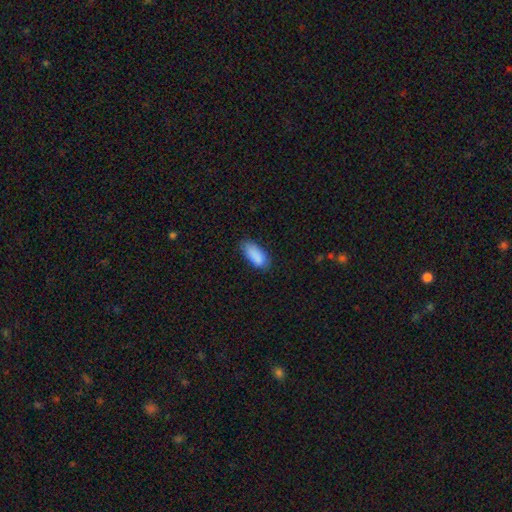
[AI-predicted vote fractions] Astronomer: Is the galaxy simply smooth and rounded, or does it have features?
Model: smooth — 89%.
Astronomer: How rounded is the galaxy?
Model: in between — 83%.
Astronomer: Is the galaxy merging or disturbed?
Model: none — 75%.